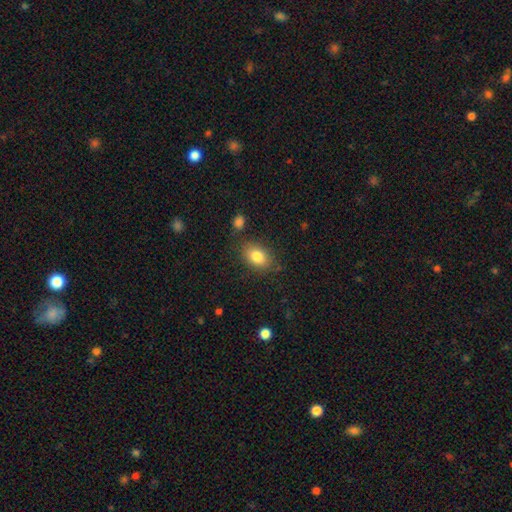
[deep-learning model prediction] Overall: smooth (83%). How rounded: in between (80%). Merging: none (79%).